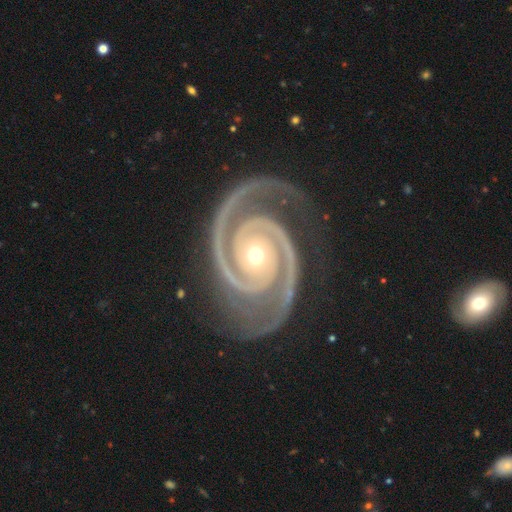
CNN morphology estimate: This is clearly a featured or disk galaxy (95%). It is clearly not viewed edge-on (98%). Bar: likely no (75%). Spiral arm pattern: clearly yes (99%). Spiral arm count: clearly 2 (93%). Spiral winding: likely tight (69%). Central bulge: possibly moderate (56%). Merging: clearly none (80%).